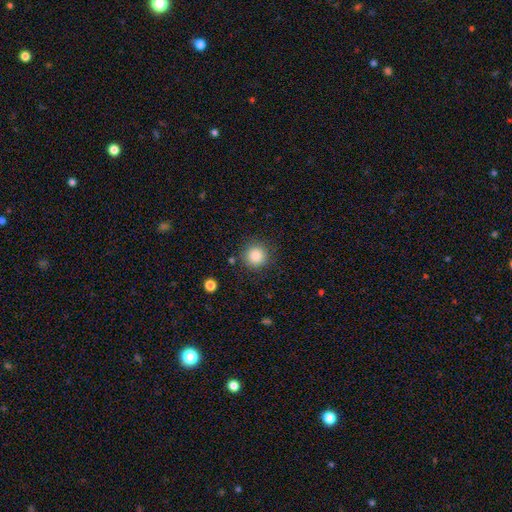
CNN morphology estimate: smooth 86%, star or artifact 10%, featured or disk 4%. Down the decision tree: how rounded — round (94%); merging — none (87%).